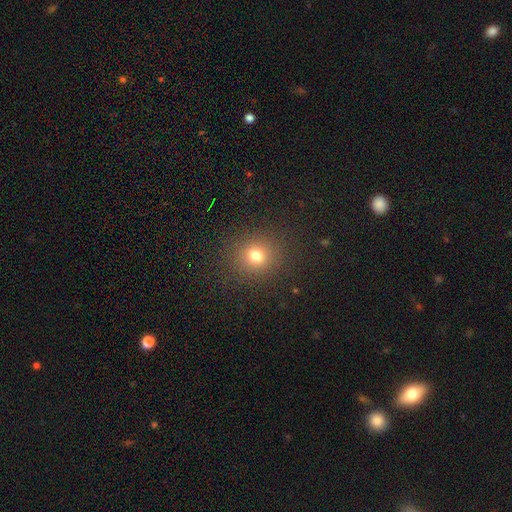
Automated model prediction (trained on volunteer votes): A smooth galaxy with no disk features (73%) that is round (83%). Merging: none (88%).